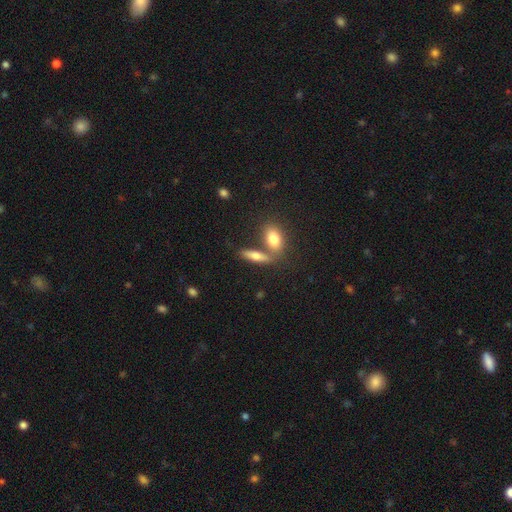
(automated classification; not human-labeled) Morphology: type=smooth (67%); roundness=in between (51%); merging=none (54%).